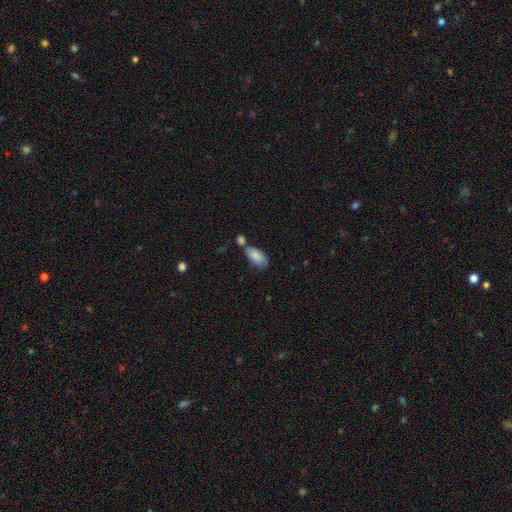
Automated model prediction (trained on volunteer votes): Overall: smooth (83%). How rounded: in between (91%). Merging: none (44%; merger 32%).